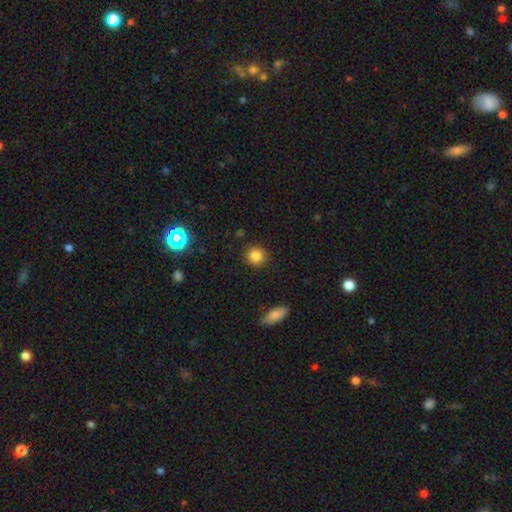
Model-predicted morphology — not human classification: A smooth galaxy with no disk features (85%) that is round (86%). Merging: none (88%).